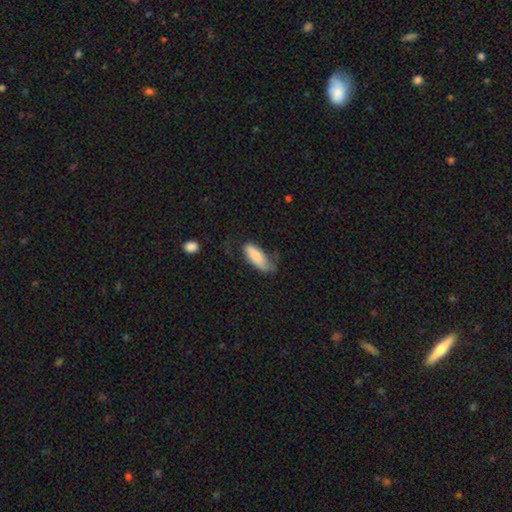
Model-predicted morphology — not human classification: smooth_or_featured: smooth (p=0.75) [alt: featured or disk p=0.19]
how_rounded: in between (p=0.74) [alt: cigar-shaped p=0.24]
merging: none (p=0.39) [alt: minor disturbance p=0.36]